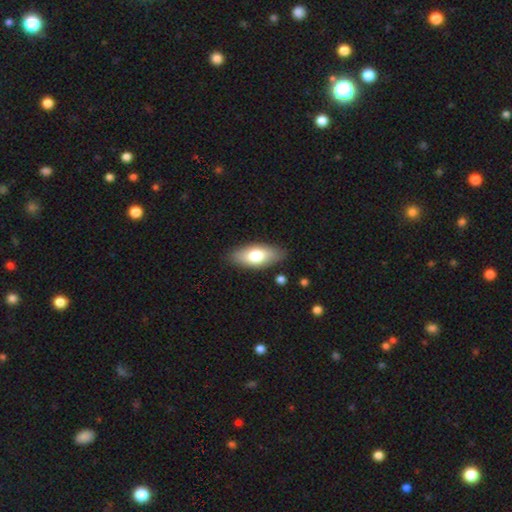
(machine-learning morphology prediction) Smooth or featured?
  - smooth: 70% *
  - featured or disk: 24%
  - star or artifact: 6%
How rounded?
  - in between: 84% *
  - cigar-shaped: 13%
  - round: 3%
Merging?
  - none: 86% *
  - minor disturbance: 10%
  - major disturbance: 2%
  - merger: 2%